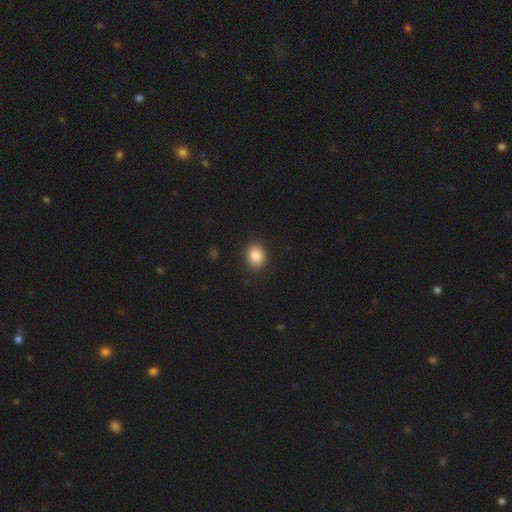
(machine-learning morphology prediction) Smooth or featured: smooth — 85% (star or artifact — 9%)
How rounded: round — 51% (in between — 48%)
Merging: none — 89% (minor disturbance — 7%)